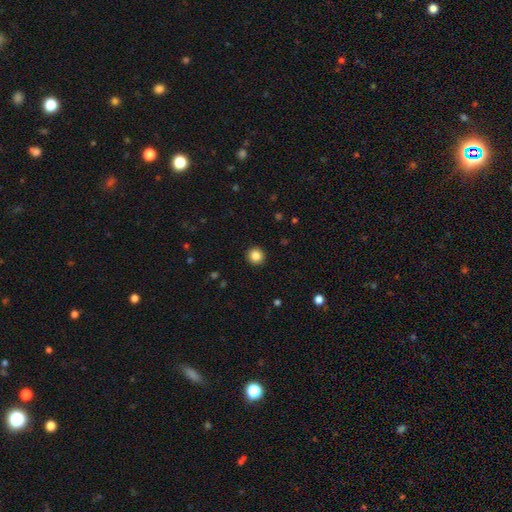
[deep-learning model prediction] A smooth galaxy with no disk features (85%) that is round (94%). Merging: none (93%).